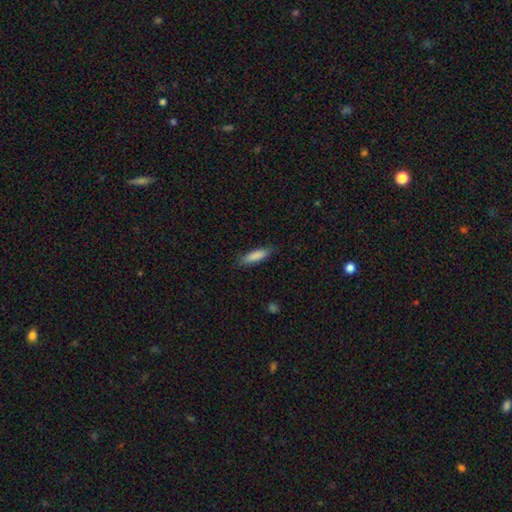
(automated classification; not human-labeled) A smooth galaxy with no disk features (86%) that is cigar-shaped (66%). Merging: none (85%).